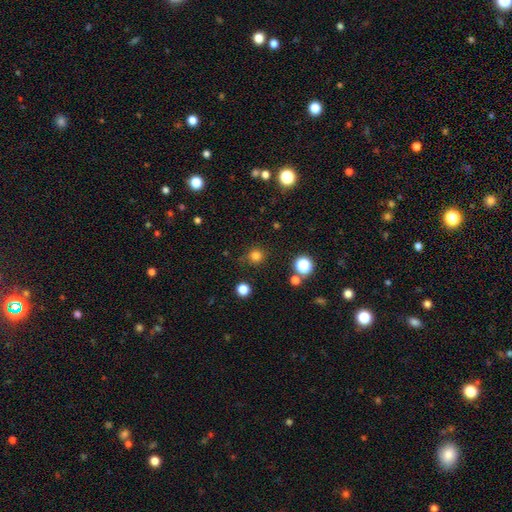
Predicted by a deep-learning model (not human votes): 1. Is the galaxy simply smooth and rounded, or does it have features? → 79% smooth, 17% star or artifact, 4% featured or disk.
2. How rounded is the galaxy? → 94% round, 5% in between, 1% cigar-shaped.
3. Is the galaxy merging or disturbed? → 84% none, 10% minor disturbance, 3% major disturbance, 3% merger.